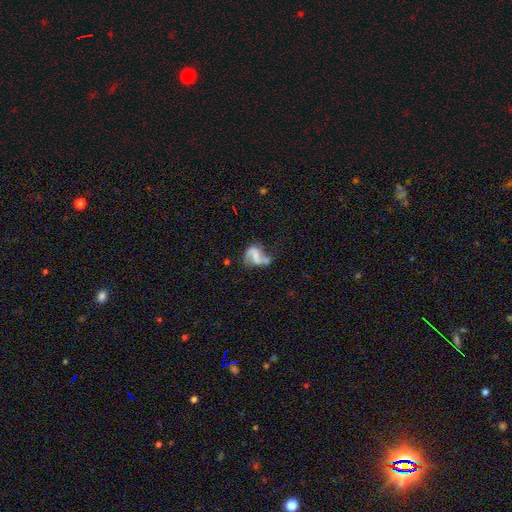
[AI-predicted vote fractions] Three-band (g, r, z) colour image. It shows a featured or disk galaxy (73%) with a weak bar (40%), 2 (85%) loose (67%) spiral arms (86%) and no central bulge (48%). Merging: none (40%).